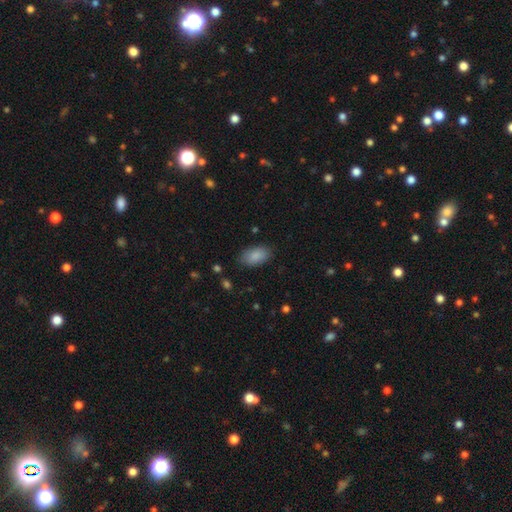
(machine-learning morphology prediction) Smooth or featured?
  - smooth: 88% *
  - star or artifact: 7%
  - featured or disk: 5%
How rounded?
  - in between: 94% *
  - round: 4%
  - cigar-shaped: 2%
Merging?
  - none: 84% *
  - minor disturbance: 12%
  - major disturbance: 3%
  - merger: 1%